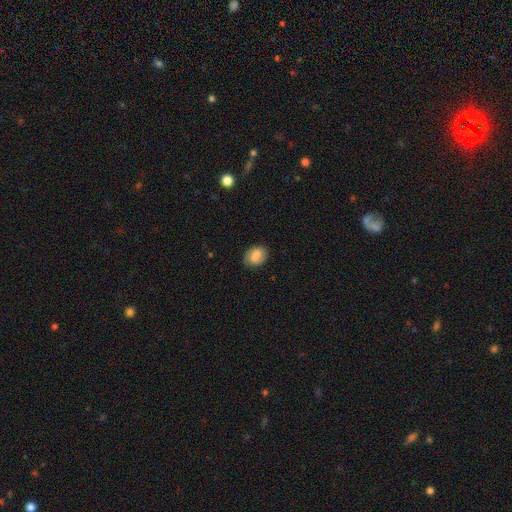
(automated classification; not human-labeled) The model was most divided on "how rounded": in between: 64%, round: 35%, cigar-shaped: 1%. More confident: merging — none (84%); smooth or featured — smooth (79%).